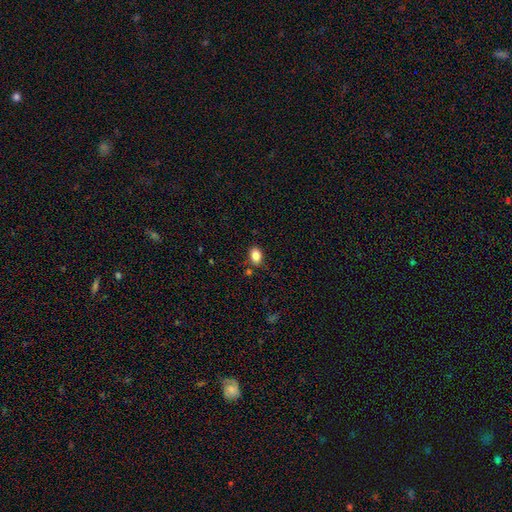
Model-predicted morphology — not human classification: A smooth galaxy with no disk features (86%) that is in between round and cigar-shaped (80%). Merging: none (81%).